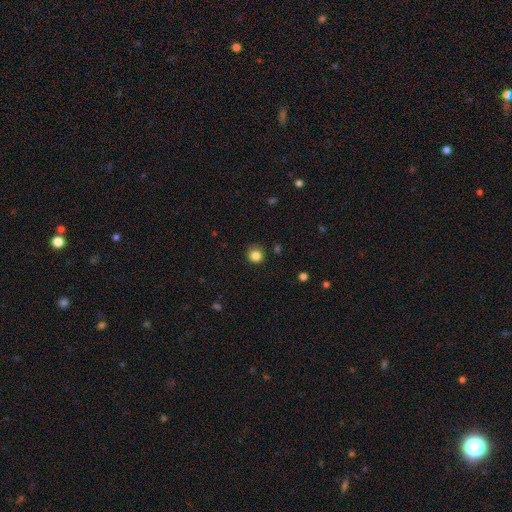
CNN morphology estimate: A smooth galaxy with no disk features (84%) that is round (92%). Merging: none (84%).